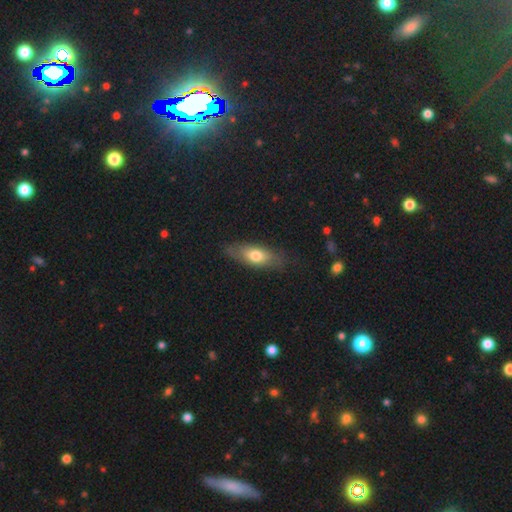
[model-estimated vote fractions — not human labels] A smooth galaxy with no disk features (66%) that is in between round and cigar-shaped (71%). Merging: none (78%).